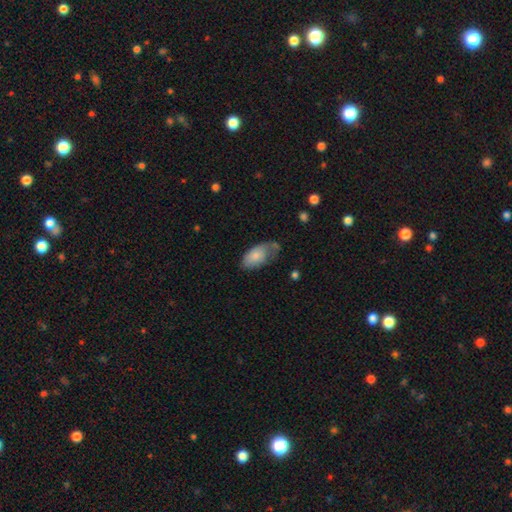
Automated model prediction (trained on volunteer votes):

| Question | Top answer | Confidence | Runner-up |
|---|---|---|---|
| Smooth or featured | smooth | 75% | featured or disk (19%) |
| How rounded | in between | 93% | cigar-shaped (4%) |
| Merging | none | 40% | minor disturbance (36%) |